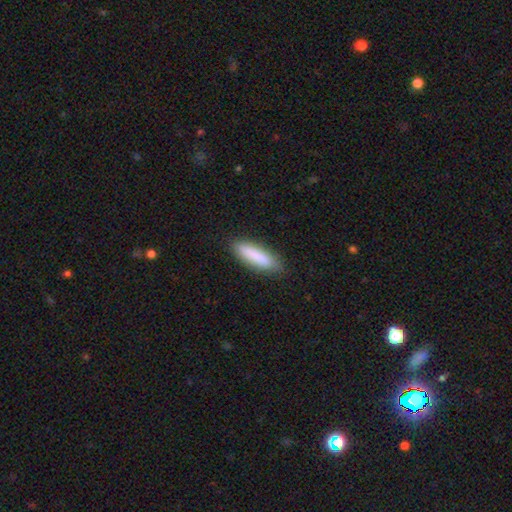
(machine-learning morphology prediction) Smooth or featured? Predicted: smooth (p=0.85). How rounded? Predicted: cigar-shaped (p=0.68). Merging? Predicted: none (p=0.86).